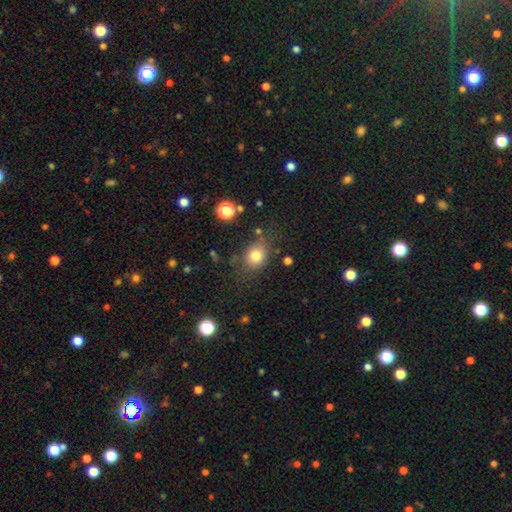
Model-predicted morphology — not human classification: type=smooth (79%); roundness=round (58%); merging=none (72%).